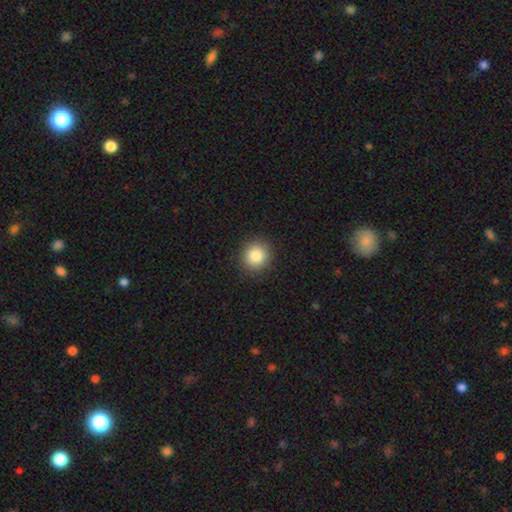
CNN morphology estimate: The model was most divided on "smooth or featured": smooth: 86%, star or artifact: 9%, featured or disk: 5%. More confident: merging — none (91%); how rounded — round (90%).